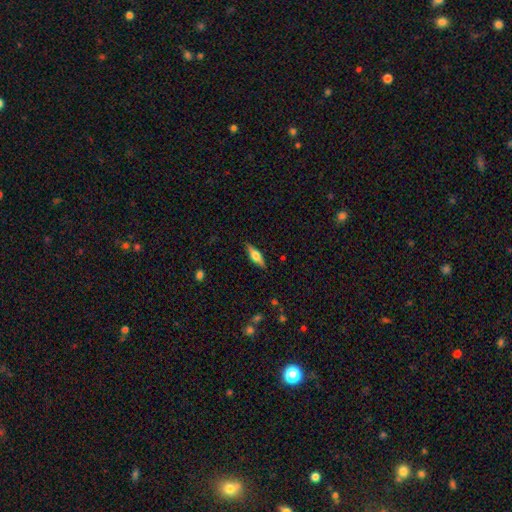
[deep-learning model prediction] smooth_or_featured: featured or disk (p=0.52) [alt: smooth p=0.41]
disk_edge_on: yes (p=0.94) [alt: no p=0.06]
merging: none (p=0.87) [alt: minor disturbance p=0.09]